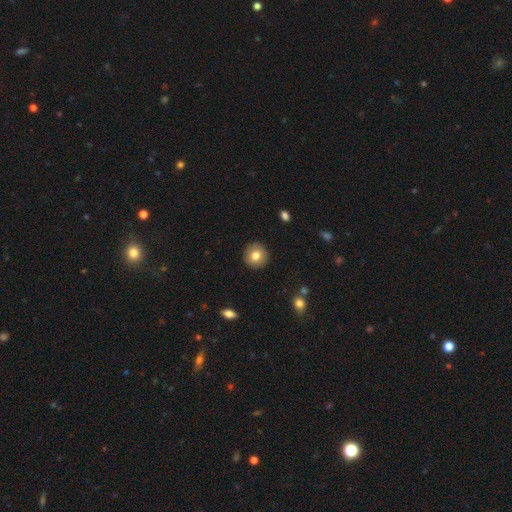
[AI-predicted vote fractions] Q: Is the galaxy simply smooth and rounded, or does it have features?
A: smooth — 79%.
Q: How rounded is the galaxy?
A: round — 93%.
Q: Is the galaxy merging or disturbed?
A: none — 91%.